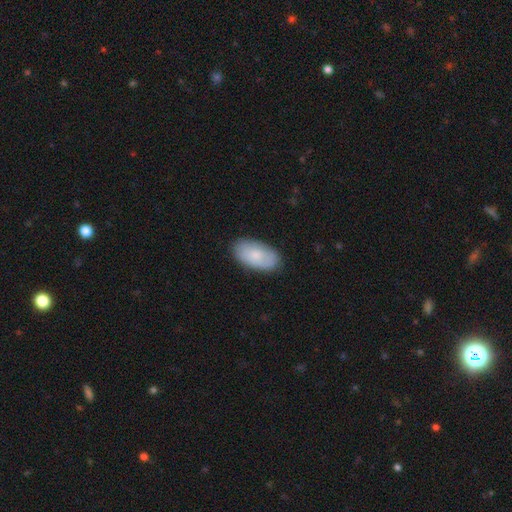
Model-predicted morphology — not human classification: smooth-or-featured: smooth: 76% | featured or disk: 18% | star or artifact: 6%
  how-rounded: in between: 95% | round: 3% | cigar-shaped: 2%
  merging: none: 84% | minor disturbance: 13% | major disturbance: 3% | merger: 1%